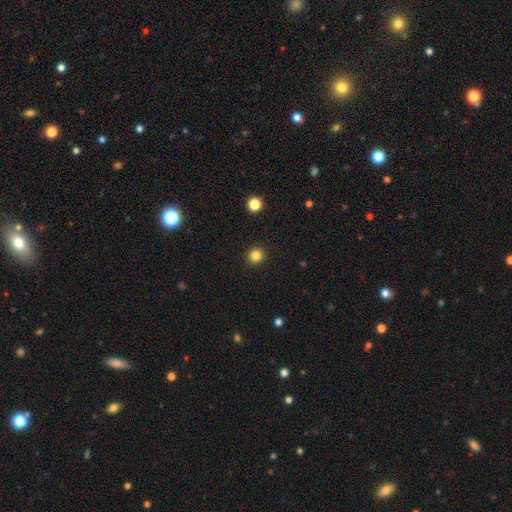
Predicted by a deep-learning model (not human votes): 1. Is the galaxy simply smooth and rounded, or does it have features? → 83% smooth, 13% star or artifact, 5% featured or disk.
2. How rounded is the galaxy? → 94% round, 5% in between, 1% cigar-shaped.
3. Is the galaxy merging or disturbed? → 93% none, 4% minor disturbance, 2% major disturbance, 1% merger.